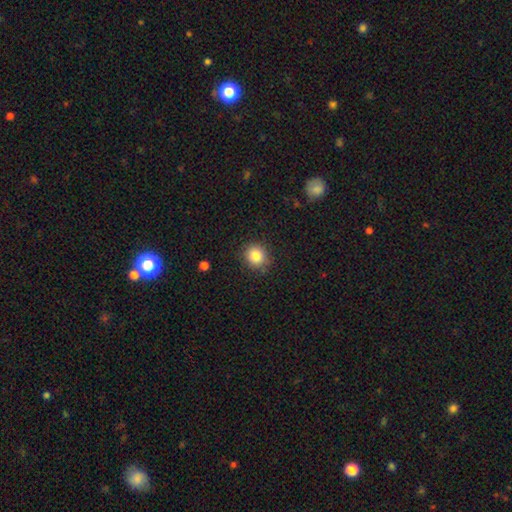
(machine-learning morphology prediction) type=smooth (84%); roundness=round (85%); merging=none (87%).